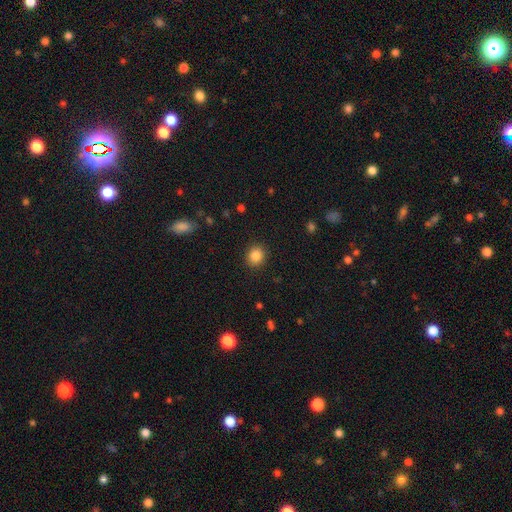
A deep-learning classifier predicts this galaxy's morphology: smooth_or_featured: smooth (p=0.85) [alt: star or artifact p=0.10]
how_rounded: round (p=0.79) [alt: in between p=0.20]
merging: none (p=0.90) [alt: minor disturbance p=0.06]